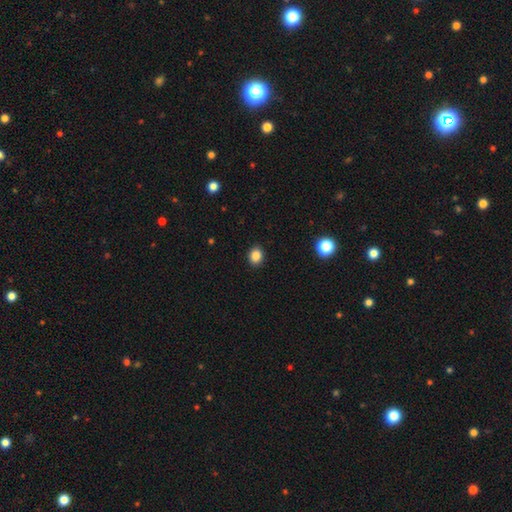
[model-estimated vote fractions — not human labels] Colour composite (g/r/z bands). It shows a smooth galaxy with no disk features (85%) that is round (59%). Merging: none (91%).